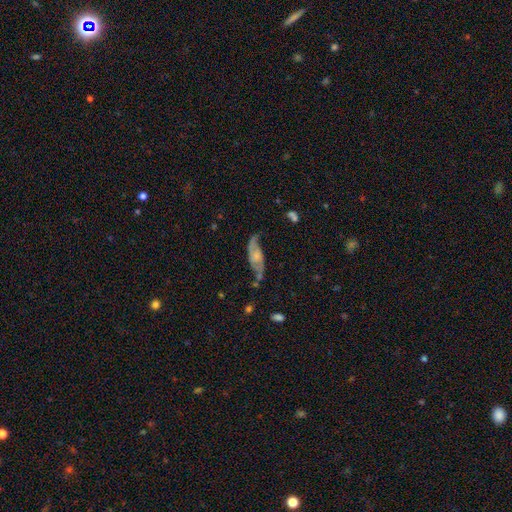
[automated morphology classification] A featured or disk galaxy (74%) with no bar (58%), 2 (88%) loose (61%) spiral arms (91%) and a small central bulge (36%). Merging: none (56%).